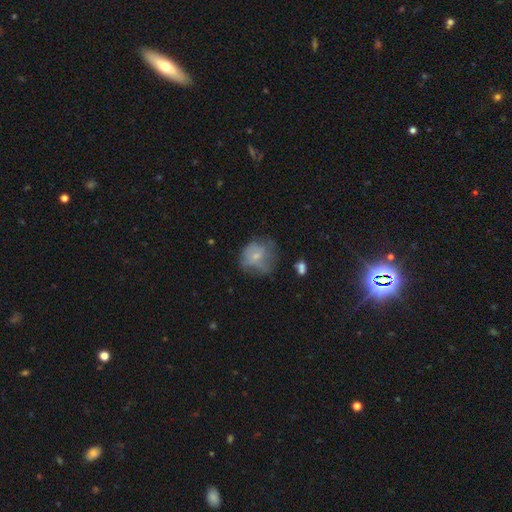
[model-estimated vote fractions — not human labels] A smooth galaxy with no disk features (60%) that is round (68%).

Vote fractions:
- Smooth or featured? smooth: 60% / featured or disk: 30% / star or artifact: 10%
- How rounded? round: 68% / in between: 31% / cigar-shaped: 1%
- Merging? none: 40% / minor disturbance: 31% / major disturbance: 25% / merger: 4%